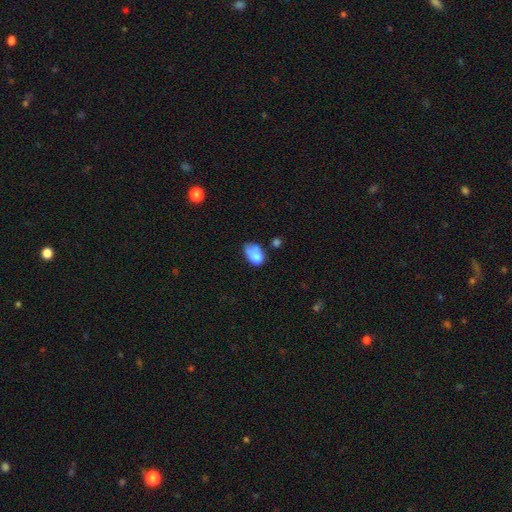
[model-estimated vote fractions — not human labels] smooth 69%, featured or disk 21%, star or artifact 10%. Down the decision tree: how rounded — in between (80%); merging — minor disturbance (29%).